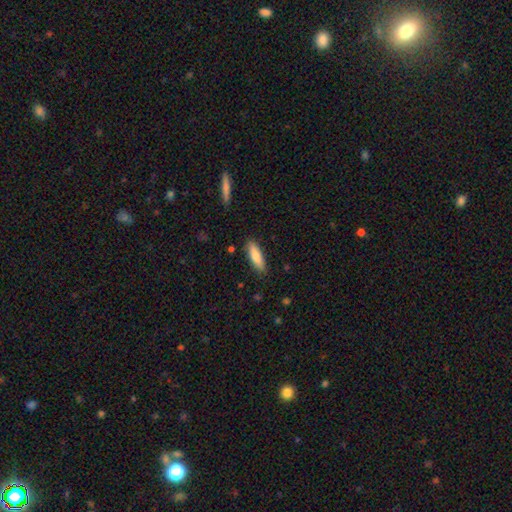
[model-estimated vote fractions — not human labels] A smooth galaxy with no disk features (79%) that is cigar-shaped (55%). Merging: none (86%).